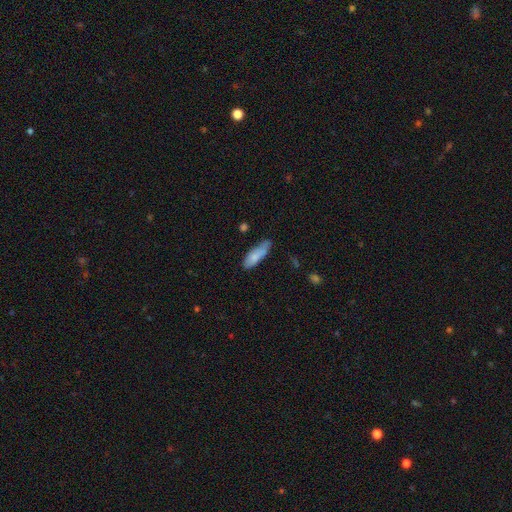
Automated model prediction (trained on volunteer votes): The model was most divided on "merging": none: 51%, minor disturbance: 35%, major disturbance: 9%, merger: 6%. More confident: smooth or featured — smooth (78%); how rounded — in between (57%).